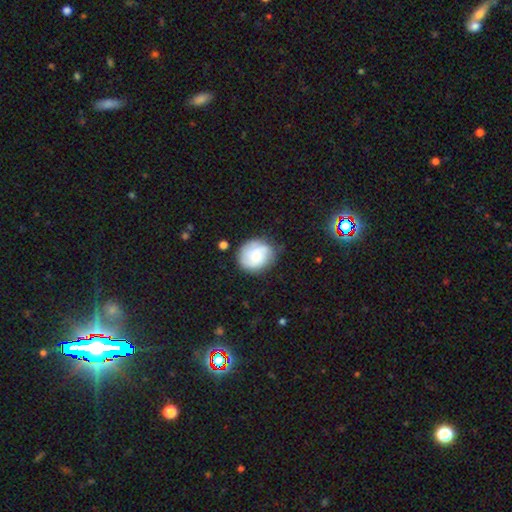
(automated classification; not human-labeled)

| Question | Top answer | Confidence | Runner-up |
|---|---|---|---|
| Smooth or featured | smooth | 47% | featured or disk (45%) |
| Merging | none | 74% | minor disturbance (18%) |